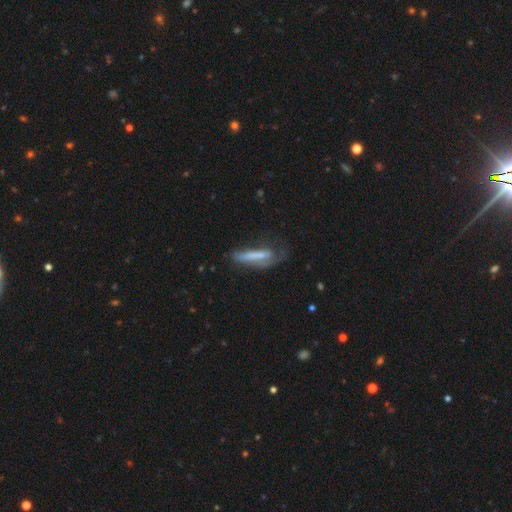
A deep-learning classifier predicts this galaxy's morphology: Smooth or featured? Predicted: smooth (p=0.50). Merging? Predicted: none (p=0.39).